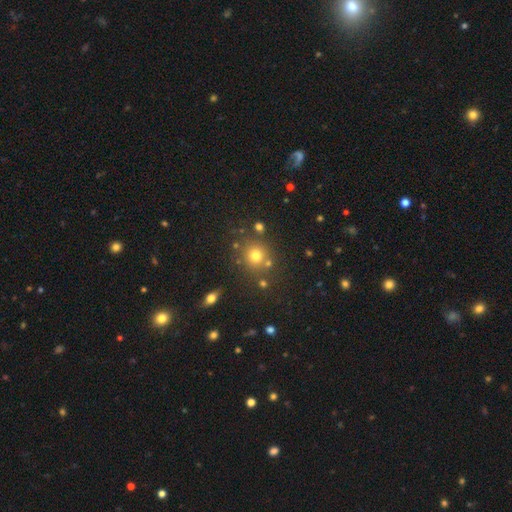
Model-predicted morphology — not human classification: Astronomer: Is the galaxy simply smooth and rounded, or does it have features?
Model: smooth — 74%.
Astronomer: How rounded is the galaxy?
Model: round — 89%.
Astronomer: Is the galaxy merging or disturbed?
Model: none — 78%.